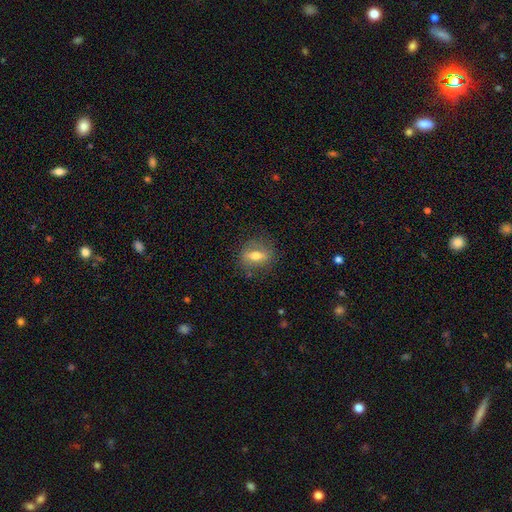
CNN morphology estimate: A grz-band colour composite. It shows a smooth galaxy with no disk features (48%). Merging: none (79%).